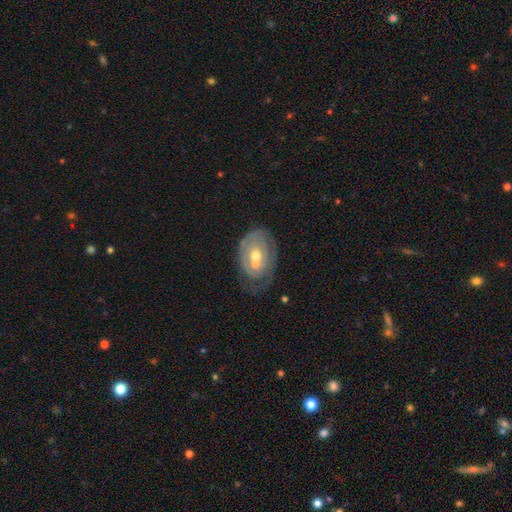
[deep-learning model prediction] Smooth or featured: featured or disk — 64% (smooth — 30%)
Edge-on disk: no — 95% (yes — 5%)
Bar: no — 84% (weak — 13%)
Spiral arms: no — 51% (yes — 49%)
Bulge size: moderate — 63% (small — 30%)
Merging: merger — 34% (none — 33%)